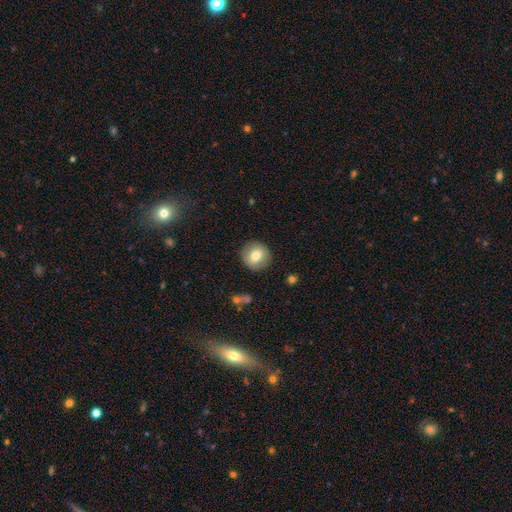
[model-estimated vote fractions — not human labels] The model was most divided on "smooth or featured": smooth: 73%, featured or disk: 20%, star or artifact: 8%. More confident: how rounded — round (91%); merging — none (88%).